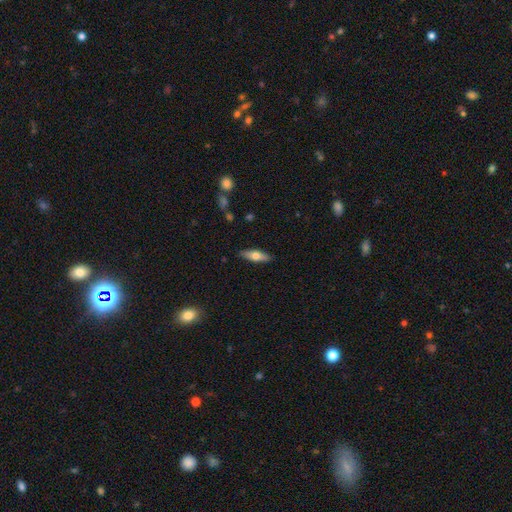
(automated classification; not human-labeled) This is likely a smooth galaxy (61%). How rounded: possibly in between (54%). Merging: clearly none (88%).